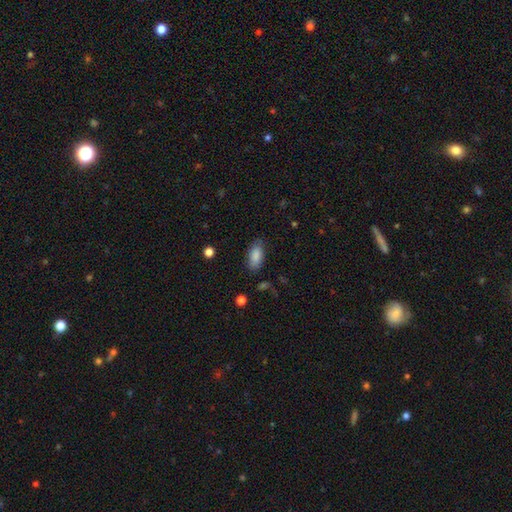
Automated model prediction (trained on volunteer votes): Smooth or featured?
  - smooth: 85% *
  - featured or disk: 8%
  - star or artifact: 7%
How rounded?
  - in between: 89% *
  - cigar-shaped: 8%
  - round: 2%
Merging?
  - none: 78% *
  - minor disturbance: 16%
  - major disturbance: 4%
  - merger: 2%